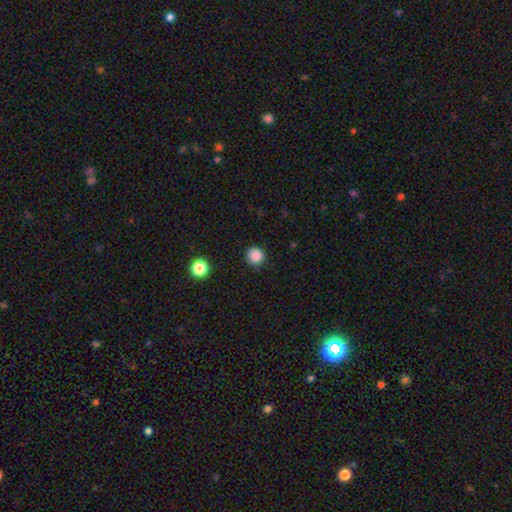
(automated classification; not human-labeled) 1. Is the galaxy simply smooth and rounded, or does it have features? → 86% smooth, 11% star or artifact, 3% featured or disk.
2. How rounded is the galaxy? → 95% round, 4% in between, 1% cigar-shaped.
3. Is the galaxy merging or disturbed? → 89% none, 8% minor disturbance, 2% major disturbance, 1% merger.